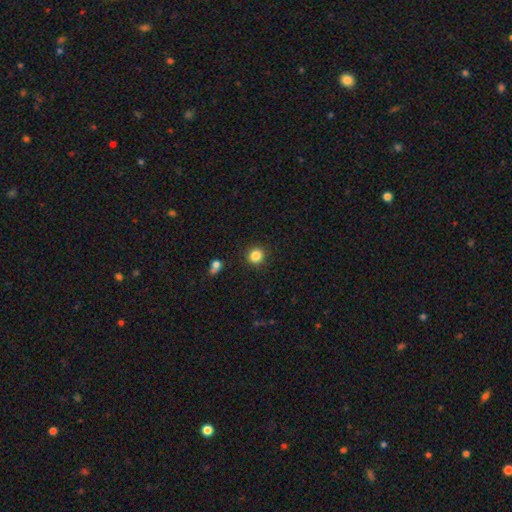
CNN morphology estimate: smooth 85%, star or artifact 11%, featured or disk 4%. Down the decision tree: how rounded — round (90%); merging — none (90%).